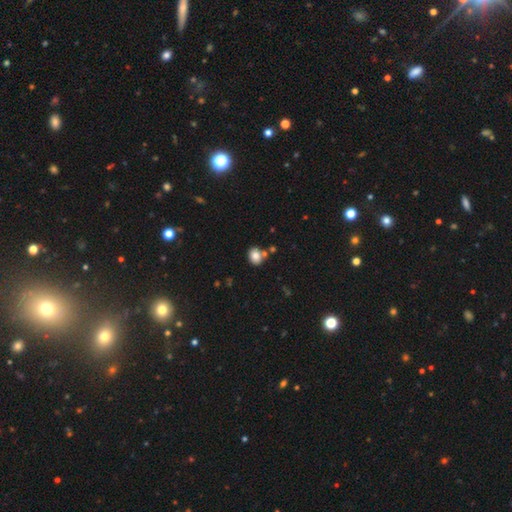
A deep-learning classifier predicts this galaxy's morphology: Smooth or featured?
  - smooth: 81% *
  - star or artifact: 10%
  - featured or disk: 8%
How rounded?
  - round: 52% *
  - in between: 47%
  - cigar-shaped: 1%
Merging?
  - none: 68% *
  - merger: 17%
  - minor disturbance: 12%
  - major disturbance: 3%